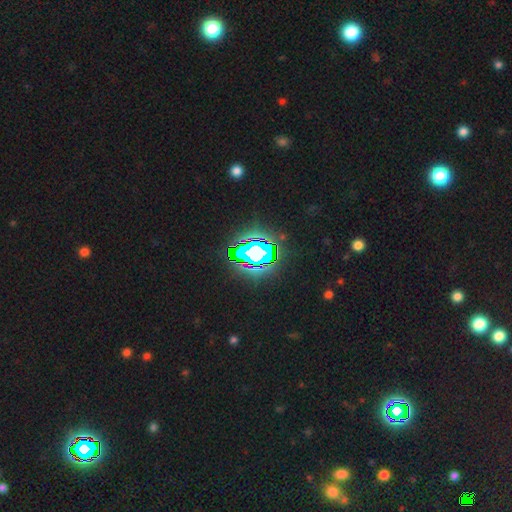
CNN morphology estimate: This appears to be a star or artifact, not a galaxy (83%).